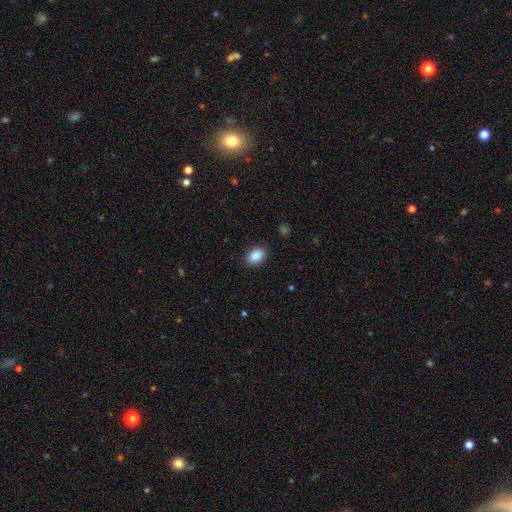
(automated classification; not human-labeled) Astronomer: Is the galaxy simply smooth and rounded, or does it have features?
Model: smooth — 88%.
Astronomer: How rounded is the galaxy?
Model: in between — 77%.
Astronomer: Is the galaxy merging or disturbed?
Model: none — 88%.